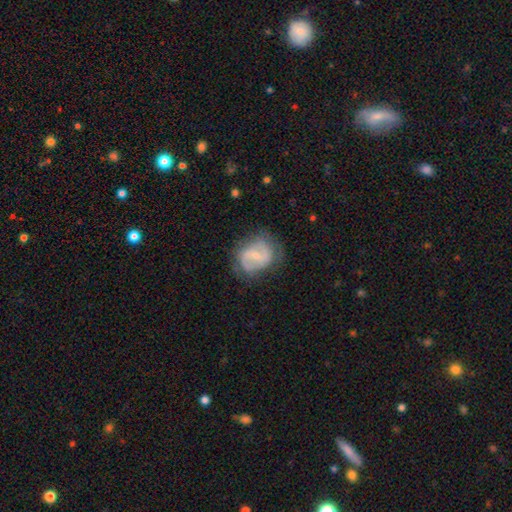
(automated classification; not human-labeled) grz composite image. It shows a featured or disk galaxy (67%) with a weak bar (50%), 2 (71%) medium (46%) spiral arms (80%) and a small central bulge (62%). Merging: none (62%).